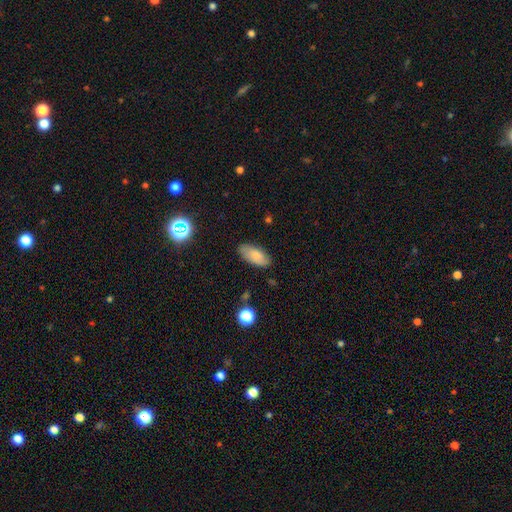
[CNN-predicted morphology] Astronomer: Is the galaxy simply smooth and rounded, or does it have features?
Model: smooth — 77%.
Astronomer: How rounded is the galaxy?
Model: in between — 91%.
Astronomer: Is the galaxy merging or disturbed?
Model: none — 82%.